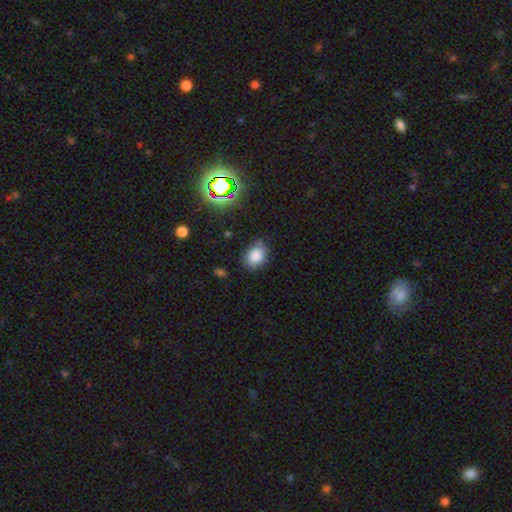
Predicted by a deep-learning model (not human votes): This is clearly a smooth galaxy (83%). How rounded: likely in between (73%). Merging: likely none (78%).